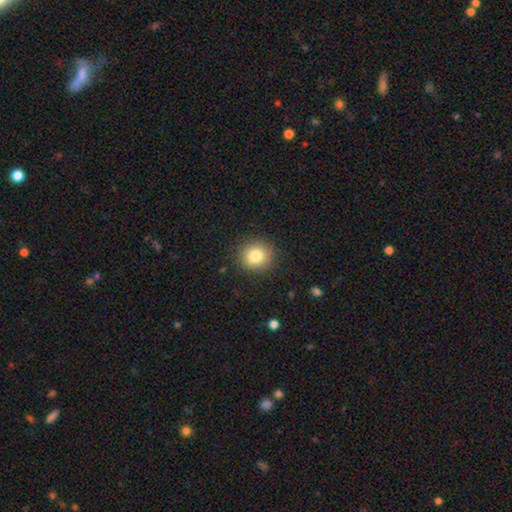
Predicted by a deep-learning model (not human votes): A smooth galaxy with no disk features (81%) that is round (89%).

Vote fractions:
- Smooth or featured? smooth: 81% / star or artifact: 10% / featured or disk: 8%
- How rounded? round: 89% / in between: 10% / cigar-shaped: 1%
- Merging? none: 88% / minor disturbance: 9% / major disturbance: 3% / merger: 1%